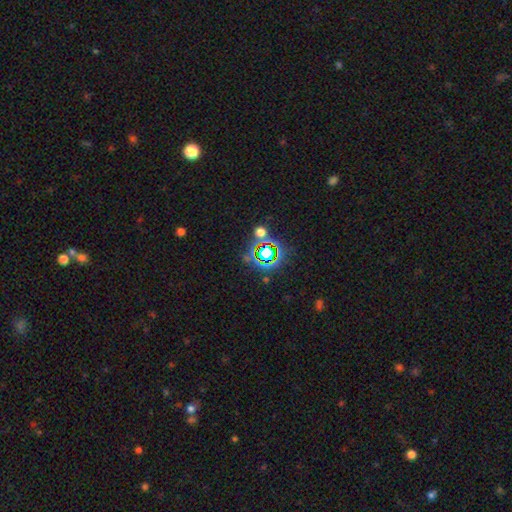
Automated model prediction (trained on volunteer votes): Overall: star or artifact (71%).